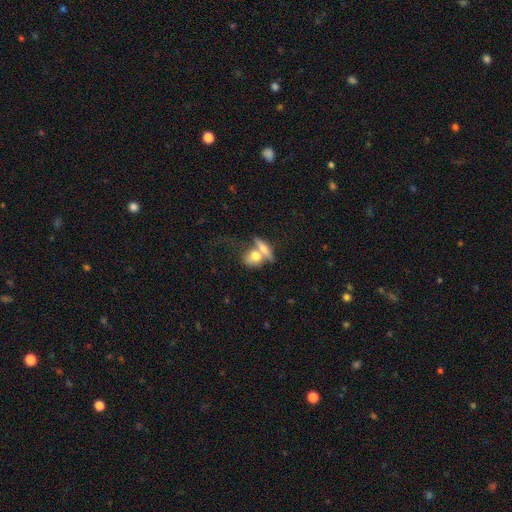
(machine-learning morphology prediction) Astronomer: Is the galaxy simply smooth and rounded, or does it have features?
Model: smooth — 63%.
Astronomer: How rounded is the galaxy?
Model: in between — 53% (runner-up: round, 32%).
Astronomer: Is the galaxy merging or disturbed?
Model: merger — 58%.